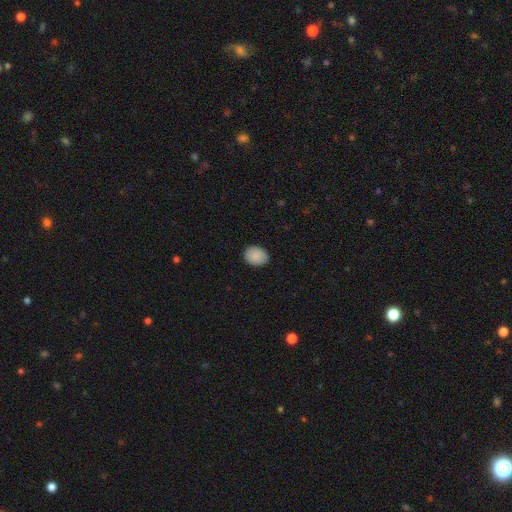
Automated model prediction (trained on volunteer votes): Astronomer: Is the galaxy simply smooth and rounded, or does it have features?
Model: smooth — 89%.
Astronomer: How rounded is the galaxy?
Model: in between — 59% (runner-up: round, 40%).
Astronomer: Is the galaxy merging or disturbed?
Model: none — 89%.